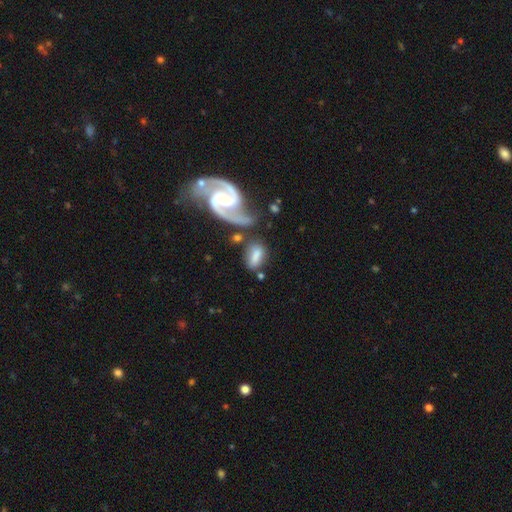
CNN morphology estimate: The model was most divided on "merging": none: 49%, minor disturbance: 21%, merger: 17%, major disturbance: 13%. More confident: how rounded — in between (87%); smooth or featured — smooth (61%).